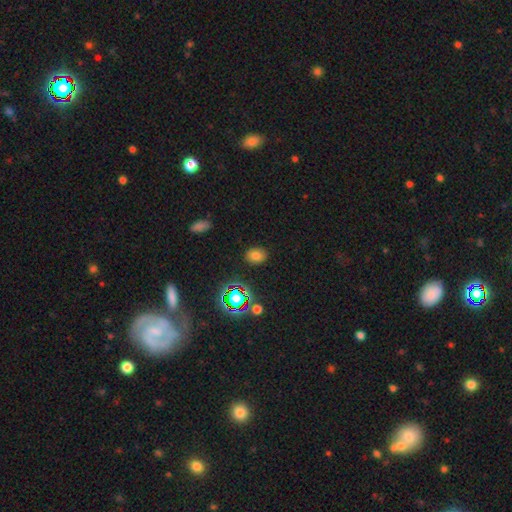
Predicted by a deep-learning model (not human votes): A smooth galaxy with no disk features (72%) that is in between round and cigar-shaped (59%).

Vote fractions:
- Smooth or featured? smooth: 72% / star or artifact: 20% / featured or disk: 8%
- How rounded? in between: 59% / round: 39% / cigar-shaped: 1%
- Merging? none: 86% / minor disturbance: 10% / major disturbance: 3% / merger: 2%